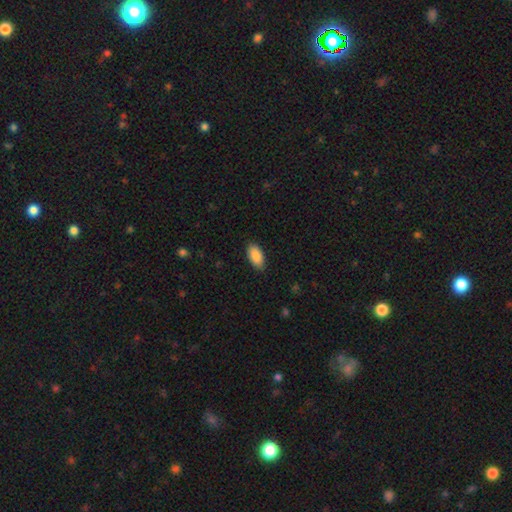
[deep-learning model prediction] The model was most divided on "merging": none: 87%, minor disturbance: 10%, major disturbance: 2%, merger: 1%. More confident: how rounded — in between (94%); smooth or featured — smooth (89%).